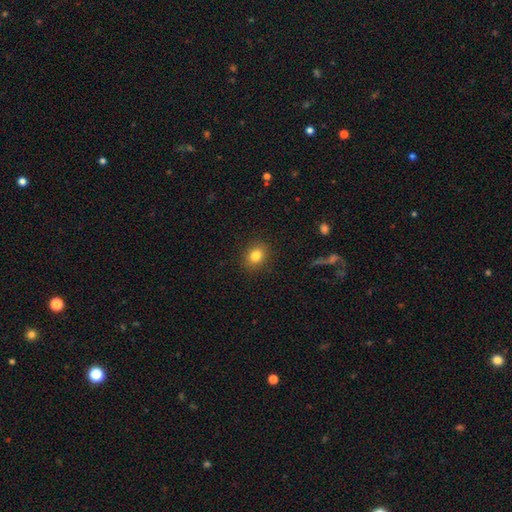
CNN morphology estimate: type=smooth (82%); roundness=round (53%); merging=none (89%).